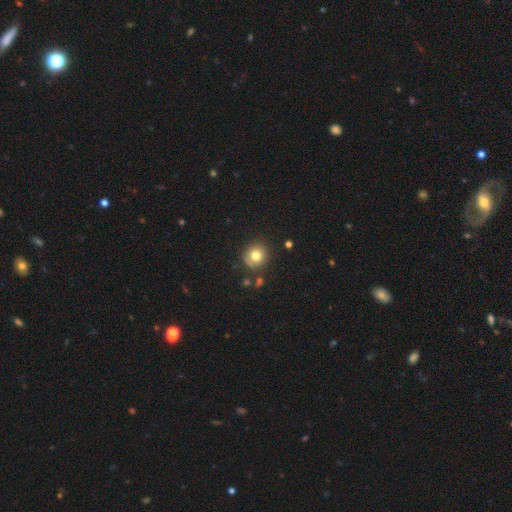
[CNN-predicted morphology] smooth 78%, star or artifact 12%, featured or disk 10%. Down the decision tree: how rounded — round (87%); merging — none (79%).